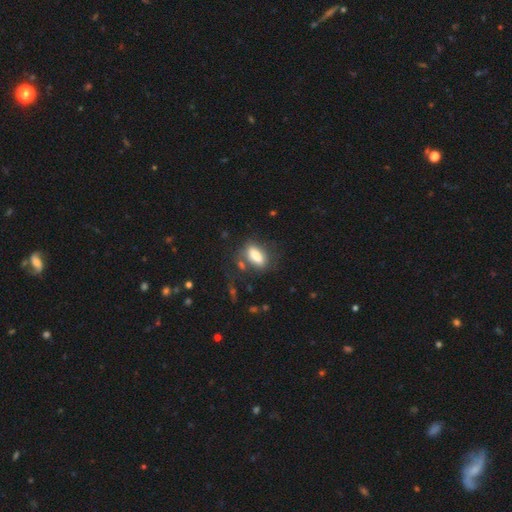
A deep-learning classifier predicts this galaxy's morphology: smooth 76%, featured or disk 16%, star or artifact 8%. Down the decision tree: how rounded — in between (79%); merging — none (68%).